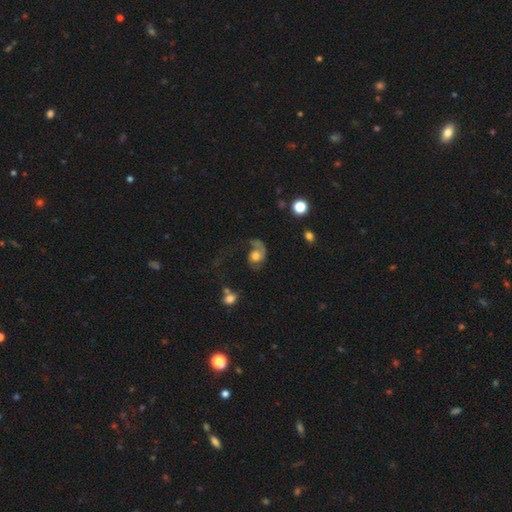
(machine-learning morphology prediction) Smooth or featured? Predicted: featured or disk (p=0.68). Edge-on disk? Predicted: no (p=0.97). Bar? Predicted: no (p=0.75). Spiral arms? Predicted: yes (p=0.89). Spiral winding? Predicted: loose (p=0.55). Spiral arm count? Predicted: 1 (p=0.63). Bulge size? Predicted: moderate (p=0.56). Merging? Predicted: major disturbance (p=0.45).